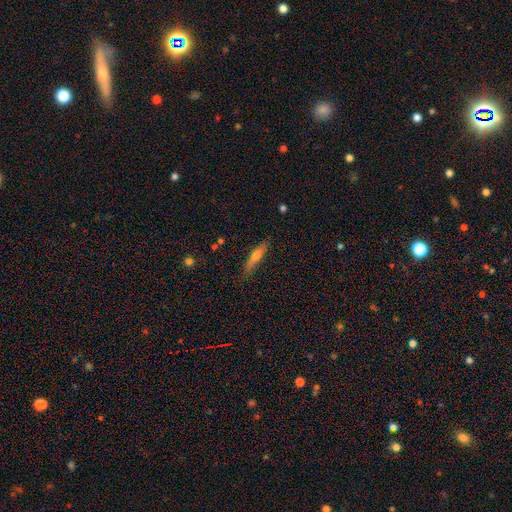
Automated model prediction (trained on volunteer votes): Q: Smooth or featured?
A: featured or disk (47%); runner-up: smooth (46%)
Q: Merging?
A: none (84%); runner-up: minor disturbance (13%)